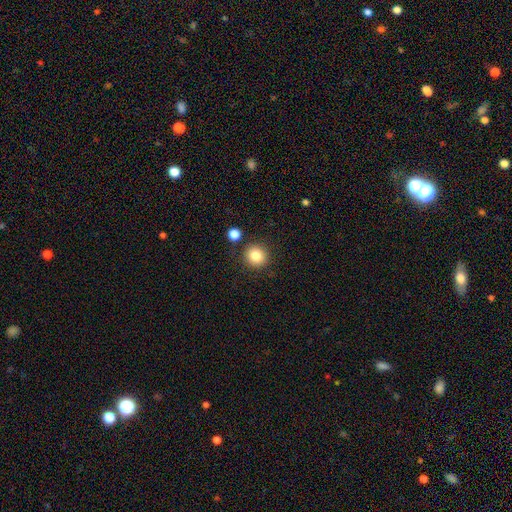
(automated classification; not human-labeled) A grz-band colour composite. It shows a smooth galaxy with no disk features (83%) that is round (93%). Merging: none (87%).